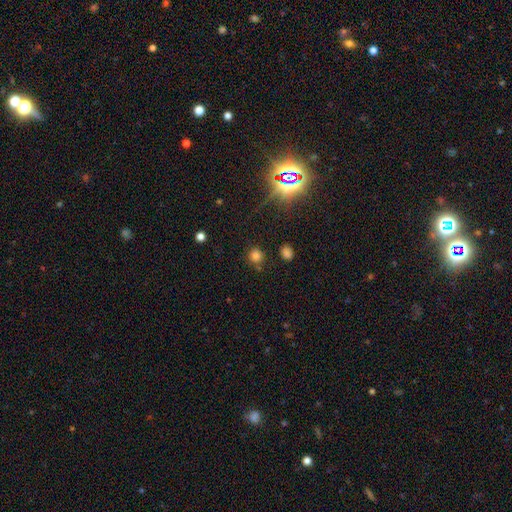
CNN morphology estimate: Smooth or featured? smooth (73%)
How rounded? round (88%)
Merging? none (79%)